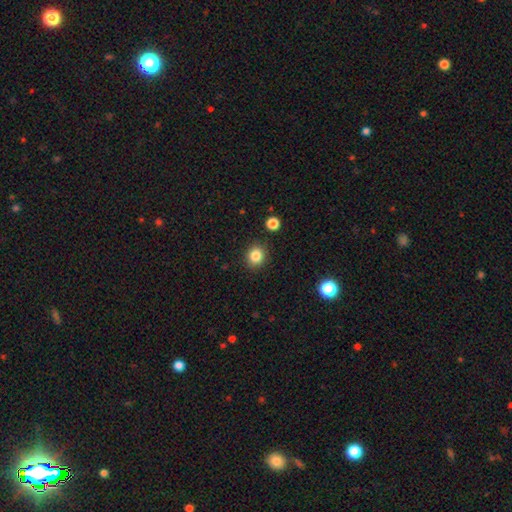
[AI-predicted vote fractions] Q: Smooth or featured?
A: smooth (85%); runner-up: star or artifact (11%)
Q: How rounded?
A: round (79%); runner-up: in between (20%)
Q: Merging?
A: none (89%); runner-up: minor disturbance (7%)